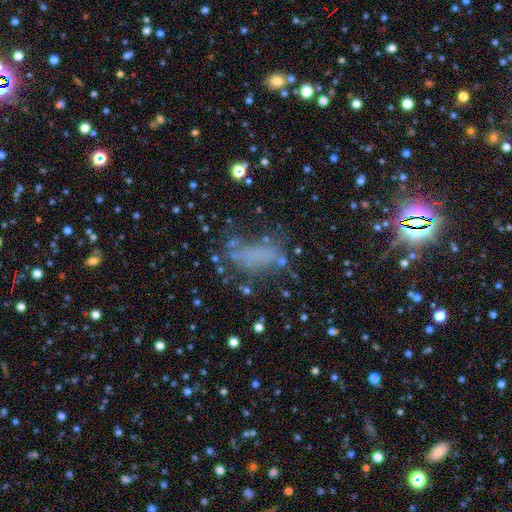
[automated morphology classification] type=smooth (46%); merging=none (47%).